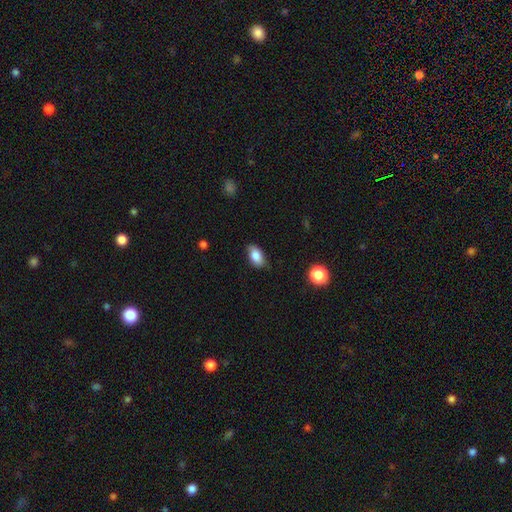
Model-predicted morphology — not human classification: smooth 85%, featured or disk 8%, star or artifact 8%. Down the decision tree: how rounded — in between (91%); merging — none (79%).